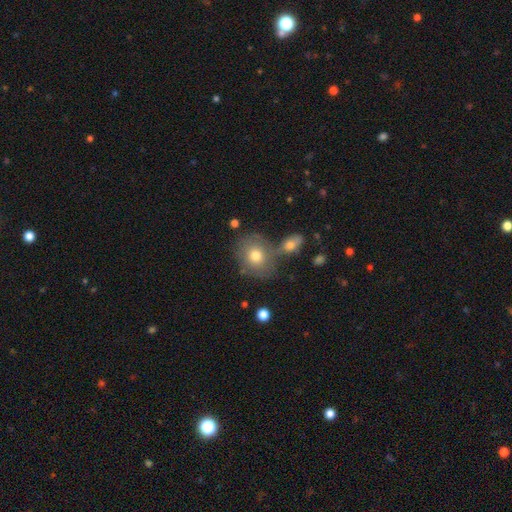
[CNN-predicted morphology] Overall: smooth (74%). How rounded: round (66%; in between 33%). Merging: none (54%; merger 27%).